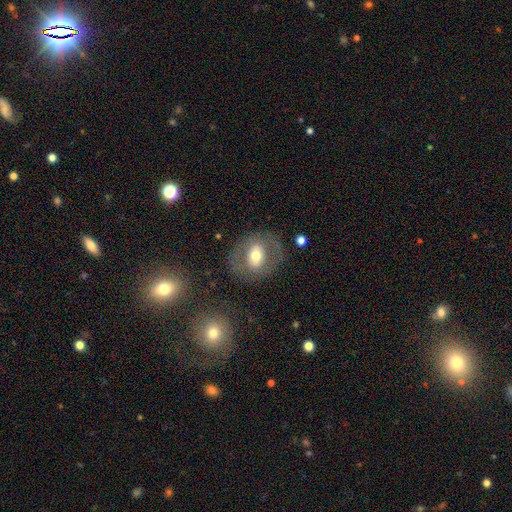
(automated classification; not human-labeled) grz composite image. It shows a smooth galaxy with no disk features (48%). Merging: none (74%).